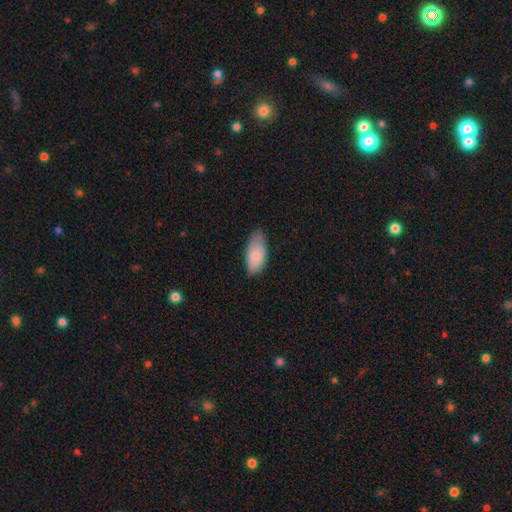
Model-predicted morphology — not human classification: The model was most divided on "merging": none: 63%, minor disturbance: 31%, major disturbance: 5%, merger: 1%. More confident: how rounded — in between (92%); smooth or featured — smooth (84%).